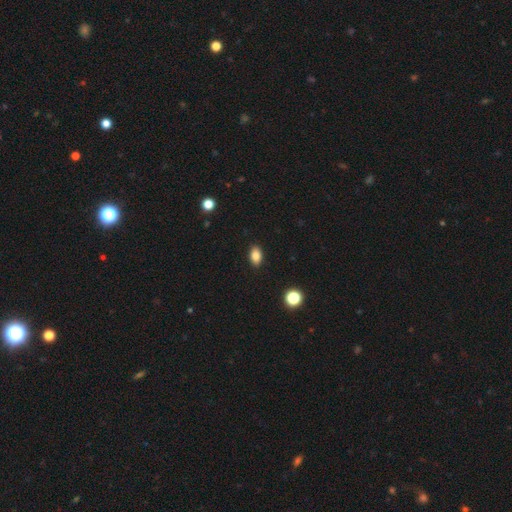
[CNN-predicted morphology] Smooth or featured? Predicted: smooth (p=0.84). How rounded? Predicted: in between (p=0.87). Merging? Predicted: none (p=0.90).